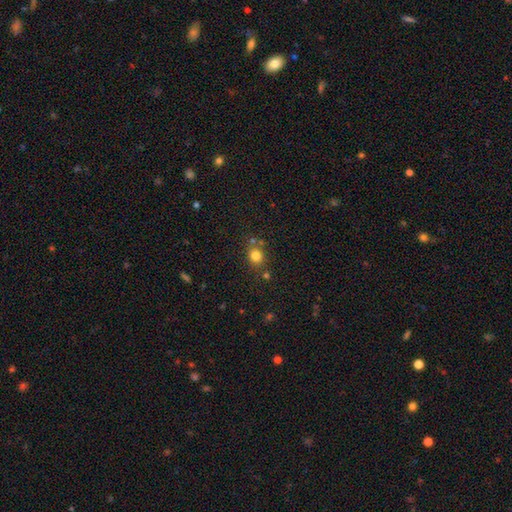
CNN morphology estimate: Smooth or featured: smooth — 80% (star or artifact — 14%)
How rounded: round — 73% (in between — 26%)
Merging: none — 71% (merger — 13%)